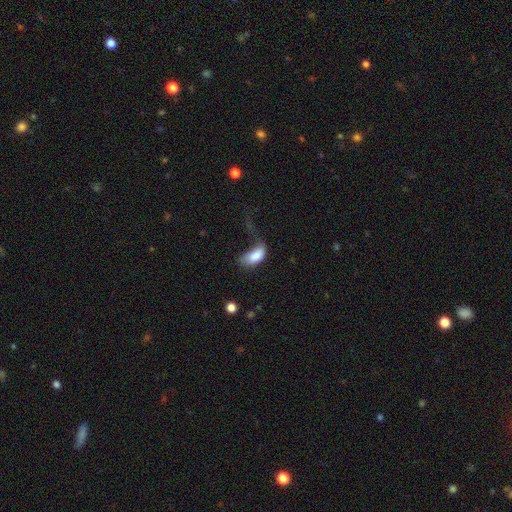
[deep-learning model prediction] The model was most divided on "merging": major disturbance: 53%, minor disturbance: 23%, none: 17%, merger: 7%. More confident: how rounded — in between (93%); smooth or featured — smooth (79%).